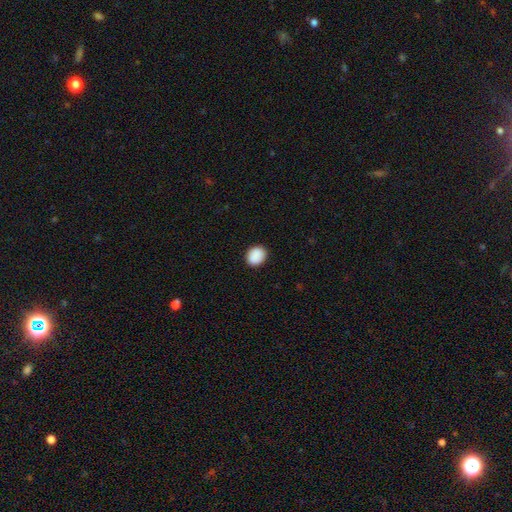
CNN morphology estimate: Smooth or featured? smooth (90%)
How rounded? round (63%)
Merging? none (89%)